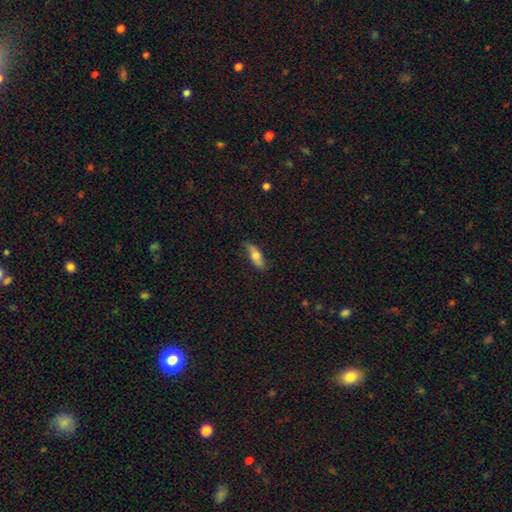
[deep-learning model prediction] A smooth galaxy with no disk features (64%) that is in between round and cigar-shaped (60%).

Vote fractions:
- Smooth or featured? smooth: 64% / featured or disk: 29% / star or artifact: 6%
- How rounded? in between: 60% / cigar-shaped: 37% / round: 3%
- Merging? none: 79% / minor disturbance: 17% / major disturbance: 3% / merger: 1%